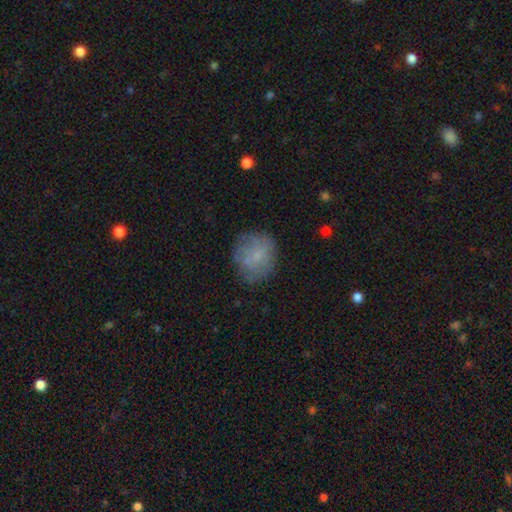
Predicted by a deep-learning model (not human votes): smooth-or-featured: smooth: 66% | featured or disk: 24% | star or artifact: 9%
  how-rounded: round: 77% | in between: 22% | cigar-shaped: 1%
  merging: none: 72% | minor disturbance: 19% | major disturbance: 8% | merger: 2%